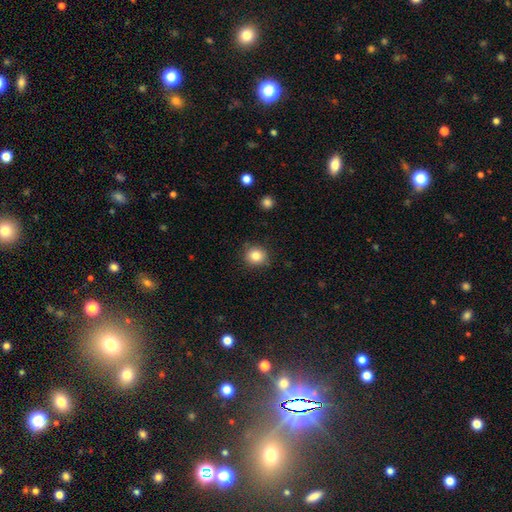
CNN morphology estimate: Smooth or featured? Predicted: smooth (p=0.83). How rounded? Predicted: round (p=0.85). Merging? Predicted: none (p=0.86).